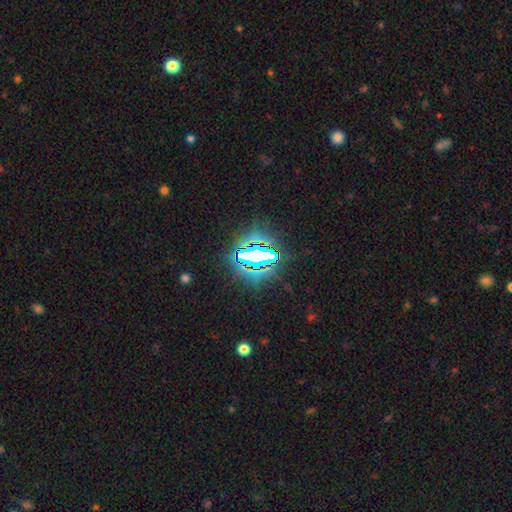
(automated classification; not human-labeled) Smooth or featured? star or artifact (75%)